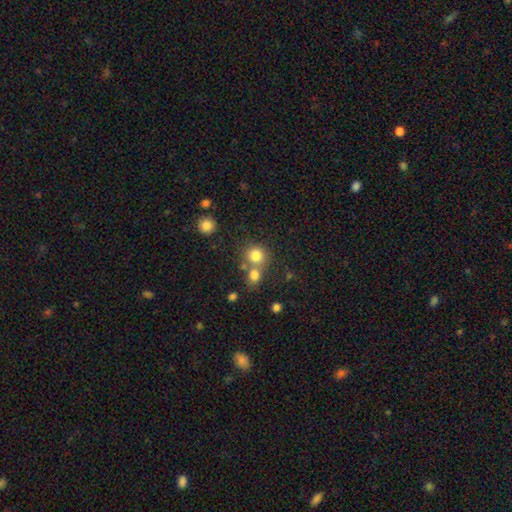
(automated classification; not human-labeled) This appears to be a smooth galaxy with no disk features (80%) that is round (87%). Merging: none (58%).